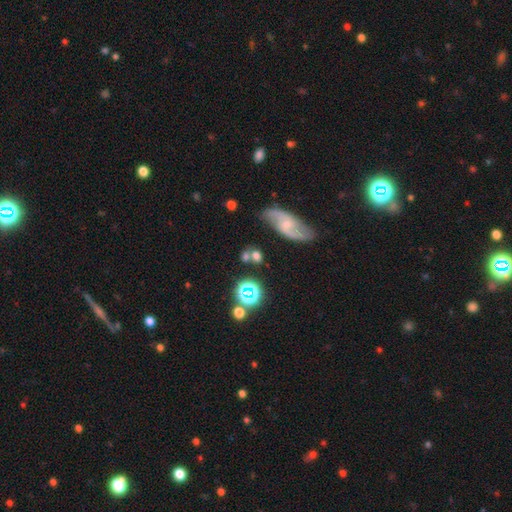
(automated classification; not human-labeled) Q: Smooth or featured?
A: smooth (55%); runner-up: featured or disk (29%)
Q: How rounded?
A: round (56%); runner-up: in between (39%)
Q: Merging?
A: none (55%); runner-up: merger (22%)